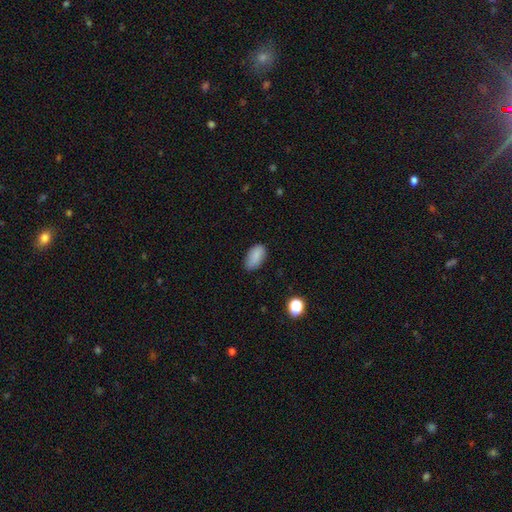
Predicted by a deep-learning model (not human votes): This appears to be a smooth galaxy with no disk features (85%) that is in between round and cigar-shaped (93%). Merging: none (78%).